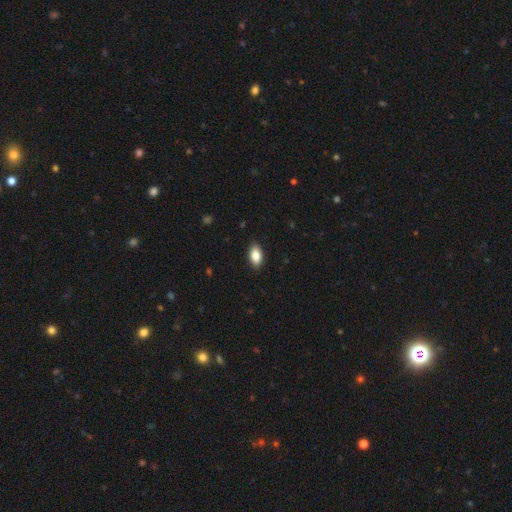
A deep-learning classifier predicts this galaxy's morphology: Q: Smooth or featured?
A: smooth (85%); runner-up: featured or disk (7%)
Q: How rounded?
A: in between (92%); runner-up: round (4%)
Q: Merging?
A: none (89%); runner-up: minor disturbance (8%)